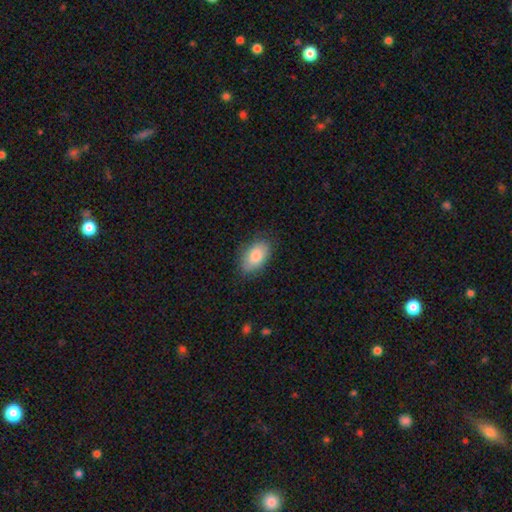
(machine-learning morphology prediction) A smooth galaxy with no disk features (84%) that is in between round and cigar-shaped (92%). Merging: none (81%).